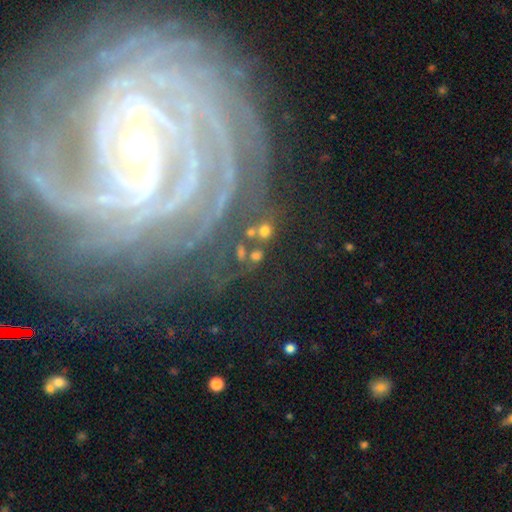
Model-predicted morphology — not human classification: A smooth galaxy with no disk features (55%) that is round (72%). Merging: none (63%).